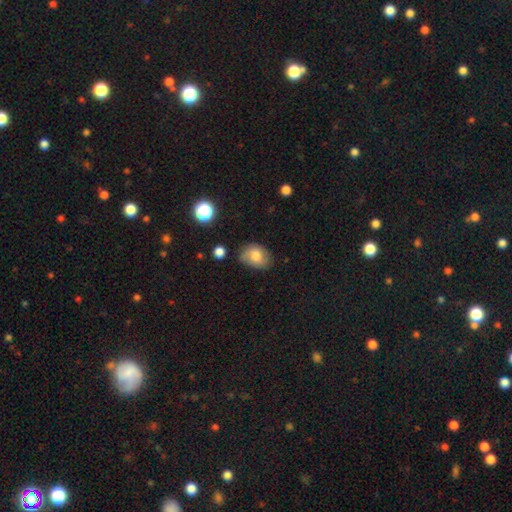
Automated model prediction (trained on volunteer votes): The model was most divided on "how rounded": in between: 66%, round: 33%, cigar-shaped: 1%. More confident: smooth or featured — smooth (72%); merging — none (62%).